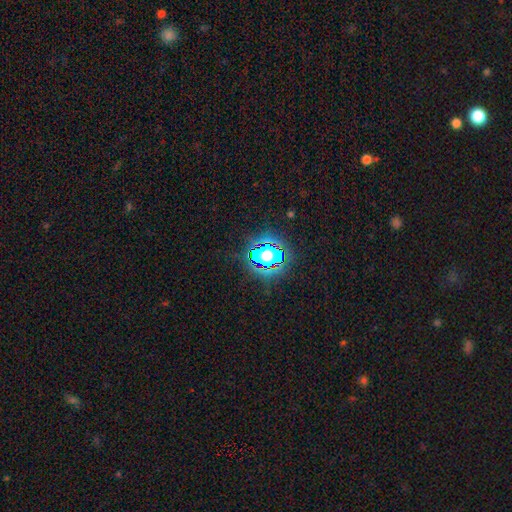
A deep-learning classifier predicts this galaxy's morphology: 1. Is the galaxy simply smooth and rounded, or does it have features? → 81% star or artifact, 12% smooth, 7% featured or disk.